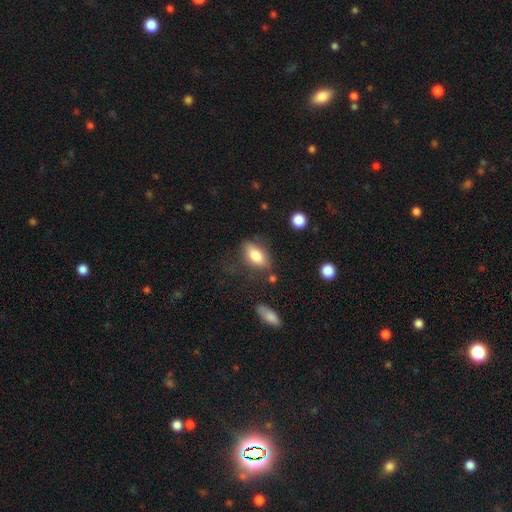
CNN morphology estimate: Smooth or featured? Predicted: smooth (p=0.76). How rounded? Predicted: in between (p=0.86). Merging? Predicted: none (p=0.66).